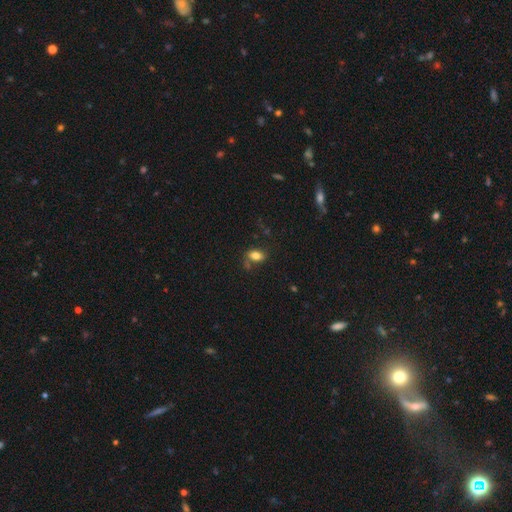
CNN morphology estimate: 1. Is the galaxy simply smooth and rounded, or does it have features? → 80% smooth, 10% featured or disk, 10% star or artifact.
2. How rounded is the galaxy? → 85% in between, 12% round, 3% cigar-shaped.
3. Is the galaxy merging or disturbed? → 64% none, 18% minor disturbance, 10% merger, 7% major disturbance.